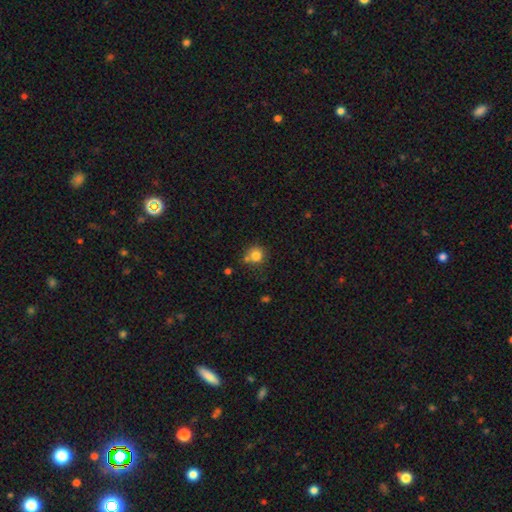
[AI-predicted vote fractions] A smooth galaxy with no disk features (80%) that is round (88%). Merging: none (63%).